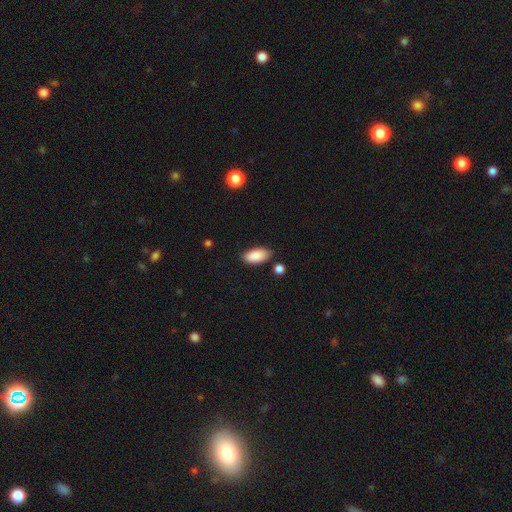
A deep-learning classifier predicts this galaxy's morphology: smooth-or-featured: smooth: 89% | star or artifact: 7% | featured or disk: 5%
  how-rounded: in between: 92% | cigar-shaped: 5% | round: 2%
  merging: none: 78% | minor disturbance: 15% | merger: 4% | major disturbance: 3%